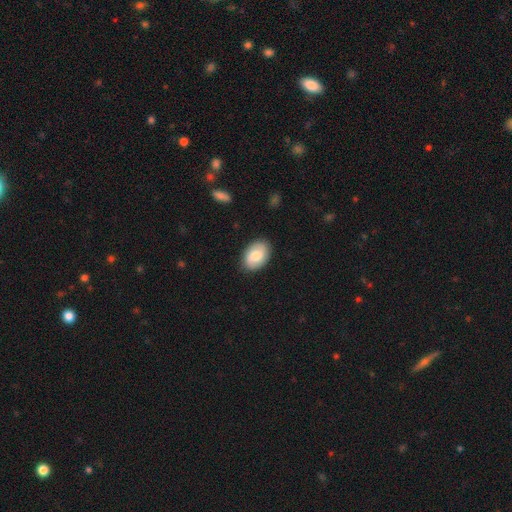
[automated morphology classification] Q: Smooth or featured?
A: smooth (65%); runner-up: featured or disk (28%)
Q: How rounded?
A: in between (84%); runner-up: round (14%)
Q: Merging?
A: none (86%); runner-up: minor disturbance (10%)